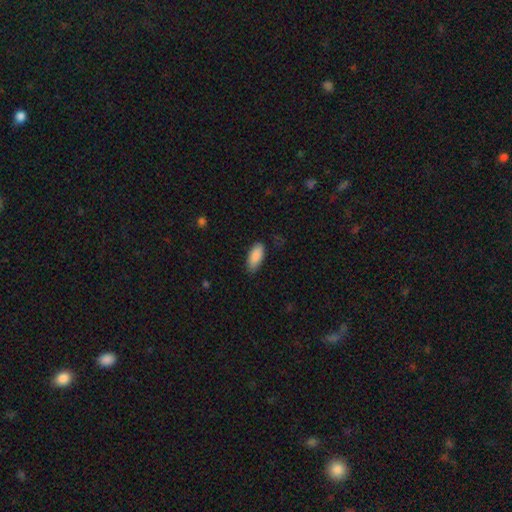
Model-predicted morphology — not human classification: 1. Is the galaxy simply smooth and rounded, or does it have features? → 90% smooth, 6% star or artifact, 4% featured or disk.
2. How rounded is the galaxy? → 88% in between, 10% cigar-shaped, 2% round.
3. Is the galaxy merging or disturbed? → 82% none, 14% minor disturbance, 3% major disturbance, 1% merger.